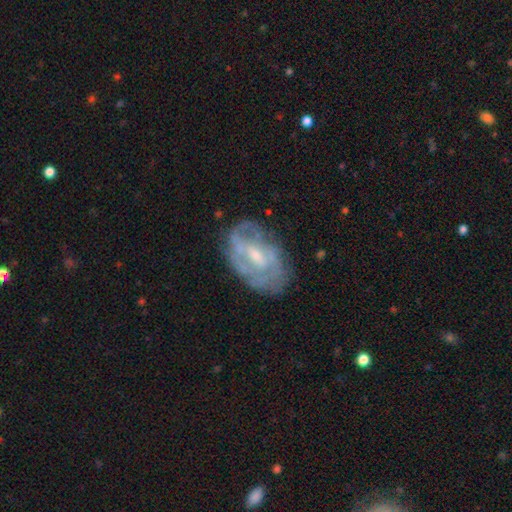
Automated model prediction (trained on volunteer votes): Smooth or featured? featured or disk (72%)
Edge-on disk? no (95%)
Bar? weak (51%)
Spiral arms? yes (63%)
Bulge size? small (48%)
Merging? none (63%)